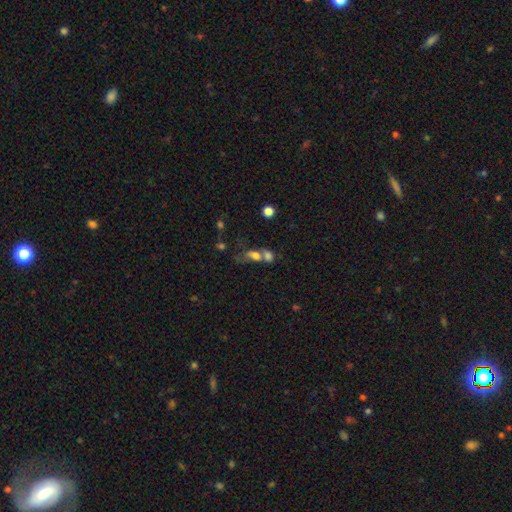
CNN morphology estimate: This is likely a smooth galaxy (67%). How rounded: likely in between (63%). Merging: likely merger (67%).